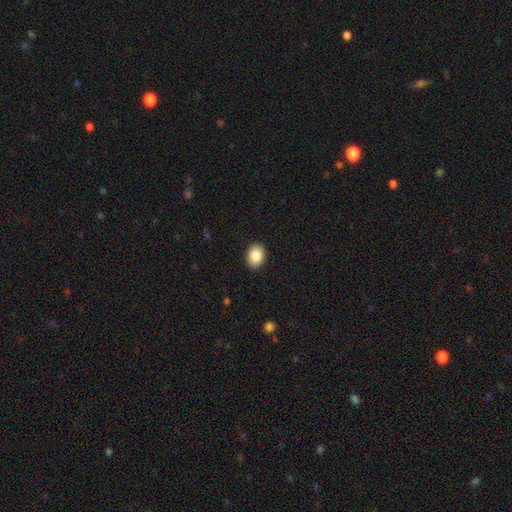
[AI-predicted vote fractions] Smooth or featured: smooth — 86% (star or artifact — 7%)
How rounded: in between — 77% (round — 22%)
Merging: none — 91% (minor disturbance — 7%)